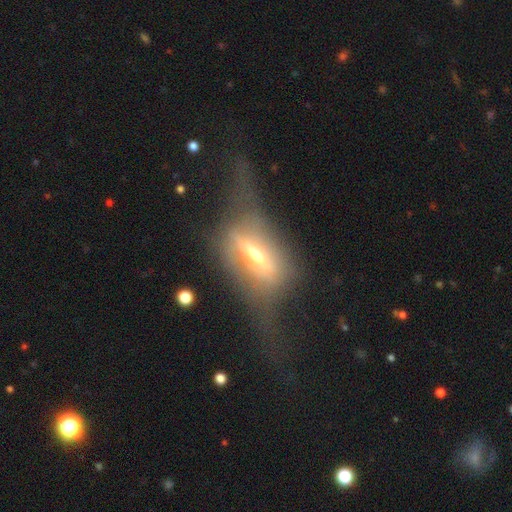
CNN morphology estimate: Smooth or featured? featured or disk (71%)
Edge-on disk? yes (66%)
Merging? none (39%)